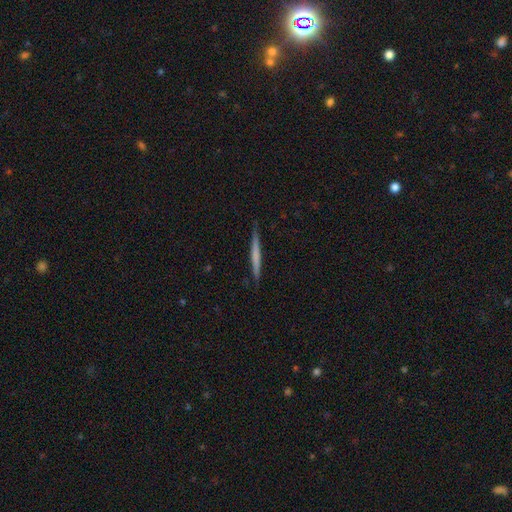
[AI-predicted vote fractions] The model was most divided on "smooth or featured": smooth: 51%, featured or disk: 43%, star or artifact: 5%. More confident: how rounded — cigar-shaped (96%); merging — none (88%).